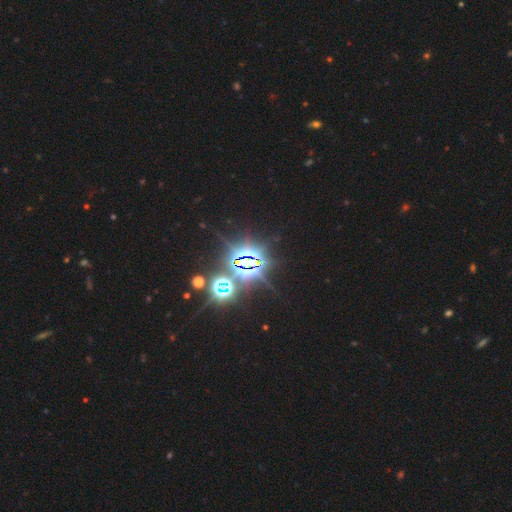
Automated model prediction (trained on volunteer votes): The model was most divided on "smooth or featured": star or artifact: 86%, smooth: 7%, featured or disk: 7%.